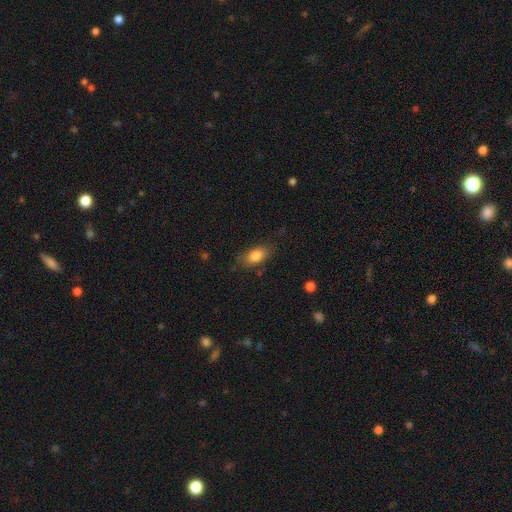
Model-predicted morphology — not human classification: A smooth galaxy with no disk features (82%) that is in between round and cigar-shaped (87%). Merging: none (77%).